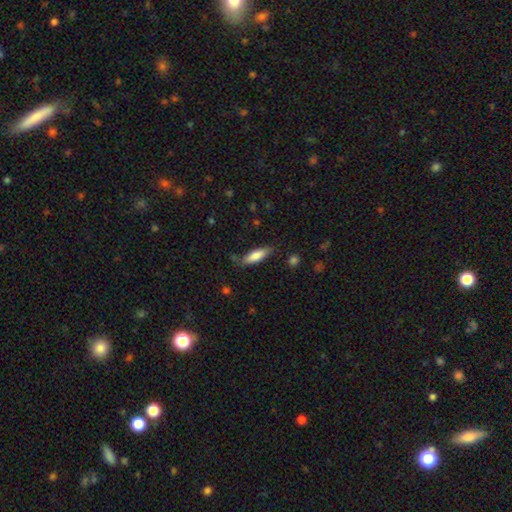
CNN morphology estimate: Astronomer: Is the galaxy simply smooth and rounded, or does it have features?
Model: smooth — 80%.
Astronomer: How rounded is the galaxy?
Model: in between — 52% (runner-up: cigar-shaped, 47%).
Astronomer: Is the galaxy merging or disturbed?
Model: none — 74%.